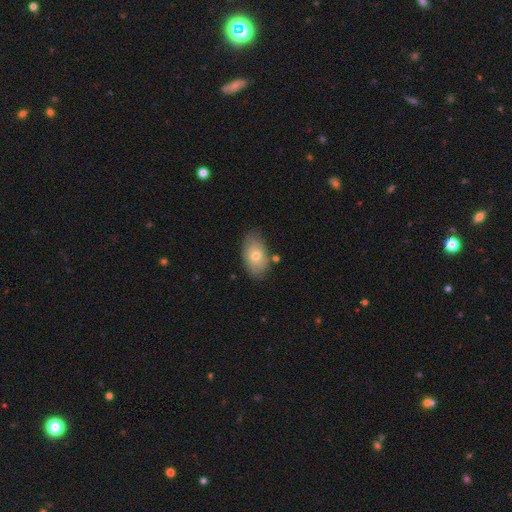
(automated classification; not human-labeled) A smooth galaxy with no disk features (67%) that is in between round and cigar-shaped (90%). Merging: none (69%).